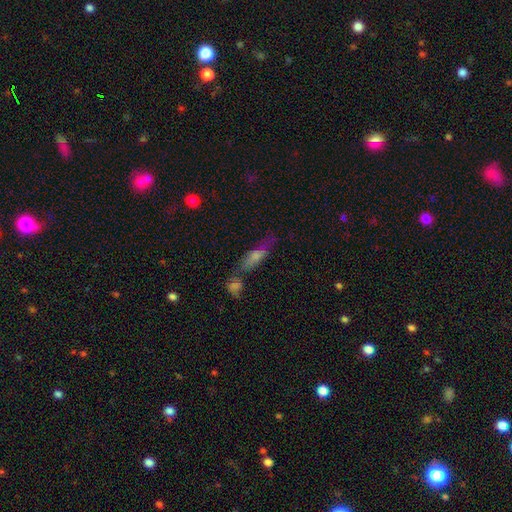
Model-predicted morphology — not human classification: A smooth galaxy with no disk features (42%). Merging: none (57%).